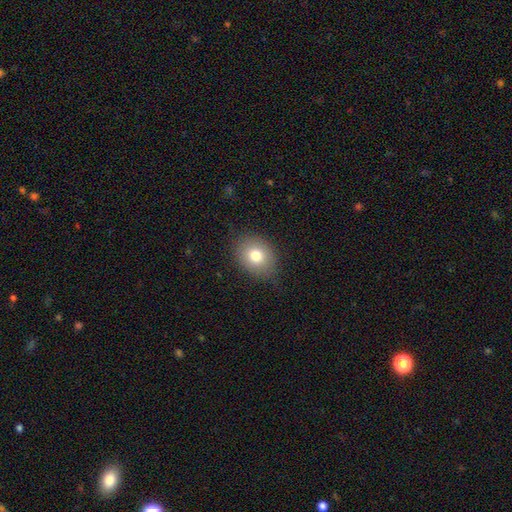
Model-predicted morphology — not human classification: Smooth or featured: smooth — 77% (featured or disk — 13%)
How rounded: round — 50% (in between — 49%)
Merging: none — 80% (minor disturbance — 15%)